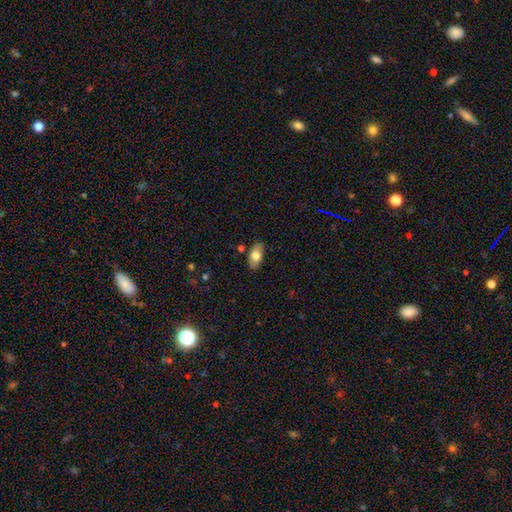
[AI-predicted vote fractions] A smooth galaxy with no disk features (72%) that is in between round and cigar-shaped (90%).

Vote fractions:
- Smooth or featured? smooth: 72% / featured or disk: 21% / star or artifact: 7%
- How rounded? in between: 90% / cigar-shaped: 6% / round: 4%
- Merging? none: 84% / minor disturbance: 12% / major disturbance: 2% / merger: 2%